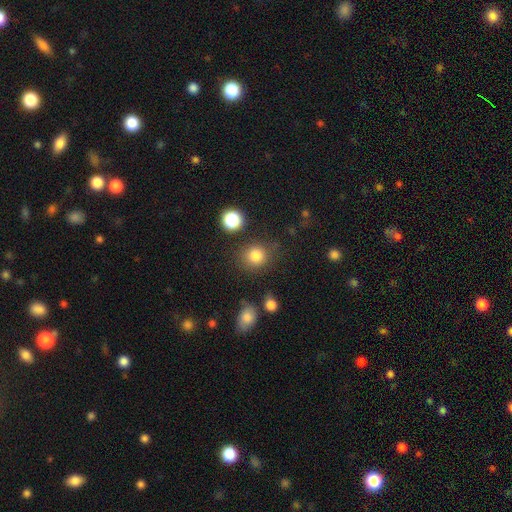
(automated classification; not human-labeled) Morphology: type=smooth (83%); roundness=round (81%); merging=none (79%).